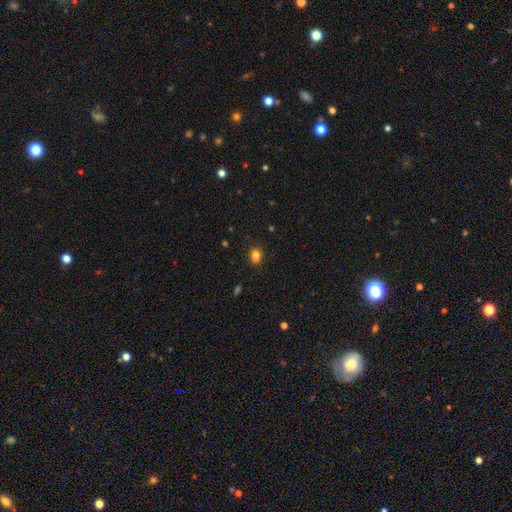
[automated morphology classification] Smooth or featured?
  - smooth: 72% *
  - star or artifact: 17%
  - featured or disk: 11%
How rounded?
  - round: 67% *
  - in between: 32%
  - cigar-shaped: 1%
Merging?
  - none: 45% *
  - merger: 40%
  - minor disturbance: 11%
  - major disturbance: 4%